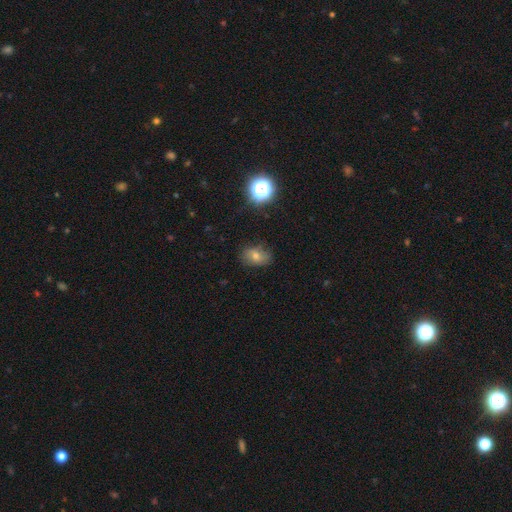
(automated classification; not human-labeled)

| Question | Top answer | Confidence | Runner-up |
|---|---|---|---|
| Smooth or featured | smooth | 59% | featured or disk (22%) |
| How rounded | in between | 70% | round (28%) |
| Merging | none | 78% | minor disturbance (16%) |